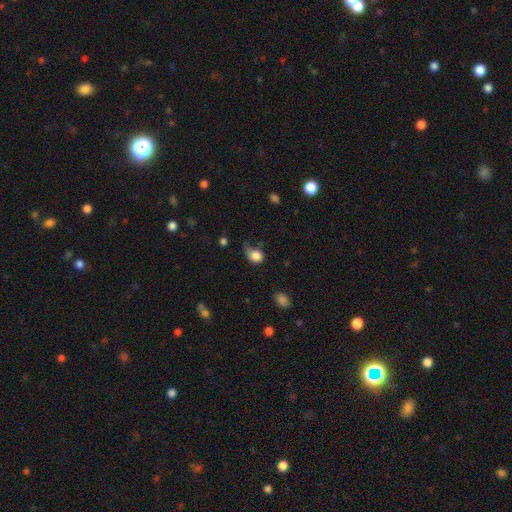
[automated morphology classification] The model was most divided on "merging": minor disturbance: 38%, none: 32%, major disturbance: 25%, merger: 4%. More confident: smooth or featured — smooth (82%); how rounded — round (64%).